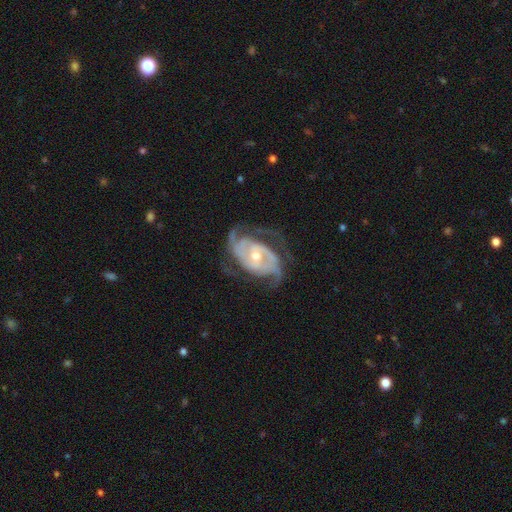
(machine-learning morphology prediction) smooth-or-featured: featured or disk: 91% | smooth: 5% | star or artifact: 4%
  disk-edge-on: no: 97% | yes: 3%
    bar: no: 47% | weak: 38% | strong: 16%
    has-spiral-arms: yes: 96% | no: 4%
      spiral-winding: tight: 47% | medium: 41% | loose: 12%
      spiral-arm-count: 2: 43% | 3: 27% | can't tell: 15% | 4: 6% | 1: 5% | more than 4: 4%
    bulge-size: moderate: 59% | small: 37% | large: 2% | none: 1% | dominant: 1%
  merging: none: 65% | minor disturbance: 20% | major disturbance: 14% | merger: 1%